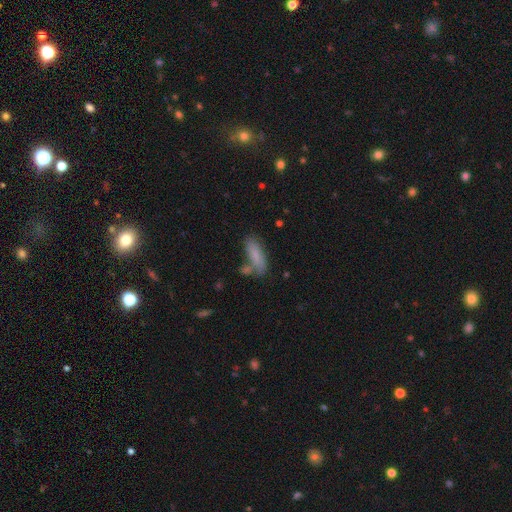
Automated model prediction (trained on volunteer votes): Smooth or featured: smooth — 80% (featured or disk — 12%)
How rounded: in between — 56% (cigar-shaped — 42%)
Merging: none — 64% (minor disturbance — 18%)